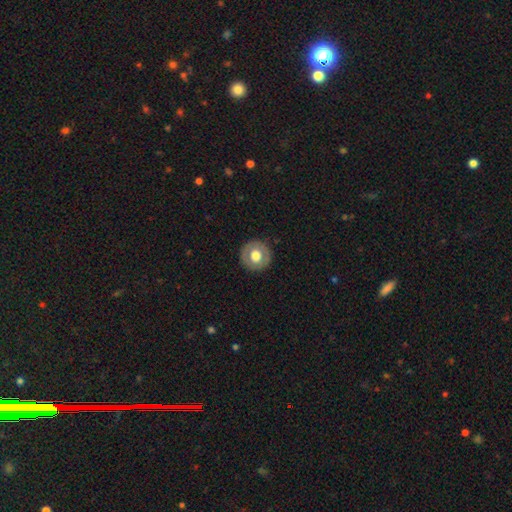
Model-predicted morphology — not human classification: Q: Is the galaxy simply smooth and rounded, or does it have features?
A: smooth — 62%.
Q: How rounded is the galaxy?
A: round — 93%.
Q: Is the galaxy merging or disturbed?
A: none — 89%.